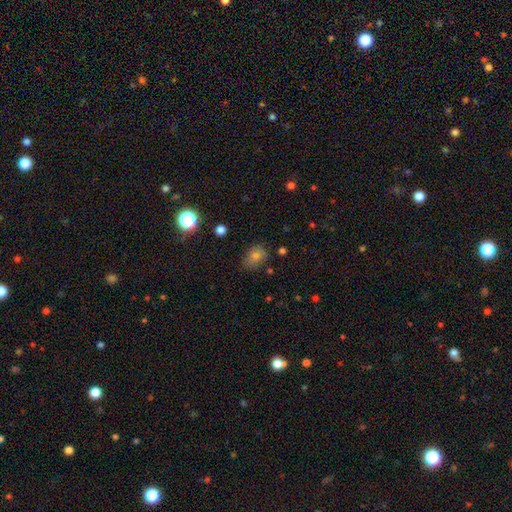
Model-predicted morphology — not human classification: Smooth or featured: smooth — 73% (star or artifact — 18%)
How rounded: in between — 64% (round — 34%)
Merging: none — 67% (minor disturbance — 24%)